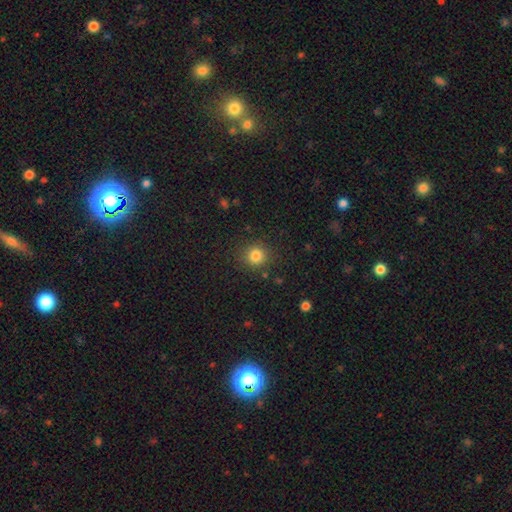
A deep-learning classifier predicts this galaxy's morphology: Smooth or featured?
  - smooth: 82% *
  - star or artifact: 13%
  - featured or disk: 6%
How rounded?
  - round: 90% *
  - in between: 9%
  - cigar-shaped: 1%
Merging?
  - none: 87% *
  - minor disturbance: 8%
  - major disturbance: 3%
  - merger: 2%